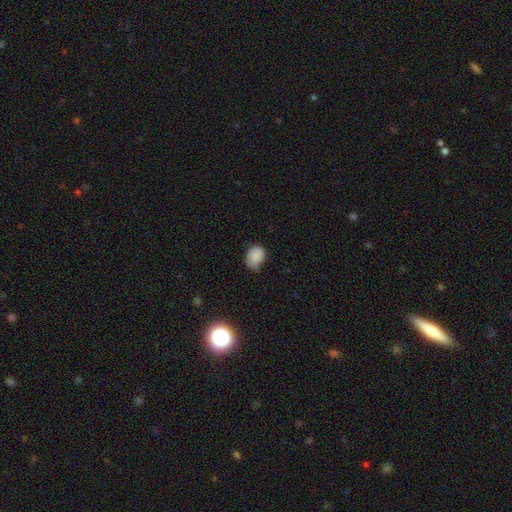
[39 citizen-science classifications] This is clearly a smooth galaxy (90%). How rounded: likely round (63%). Merging: possibly none (50%, tied with minor disturbance).